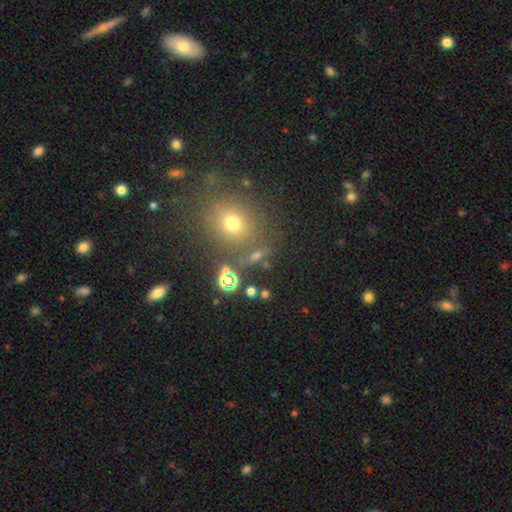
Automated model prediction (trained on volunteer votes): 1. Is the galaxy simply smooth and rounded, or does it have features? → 54% smooth, 34% star or artifact, 12% featured or disk.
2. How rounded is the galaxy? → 68% round, 28% in between, 4% cigar-shaped.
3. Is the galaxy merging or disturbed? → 73% none, 11% minor disturbance, 11% merger, 6% major disturbance.